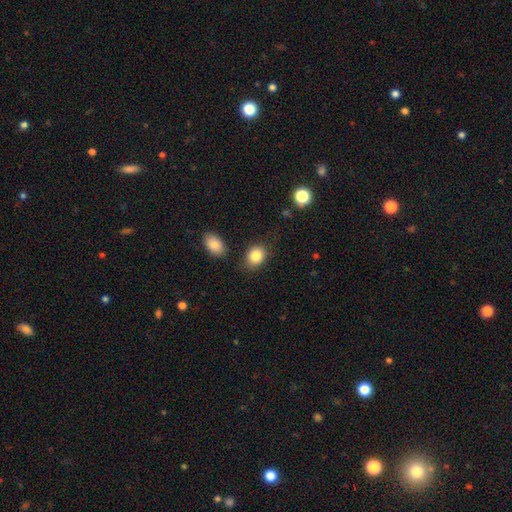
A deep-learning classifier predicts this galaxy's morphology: Smooth or featured?
  - smooth: 85% *
  - star or artifact: 9%
  - featured or disk: 6%
How rounded?
  - in between: 54% *
  - round: 45%
  - cigar-shaped: 1%
Merging?
  - none: 78% *
  - minor disturbance: 13%
  - merger: 5%
  - major disturbance: 4%